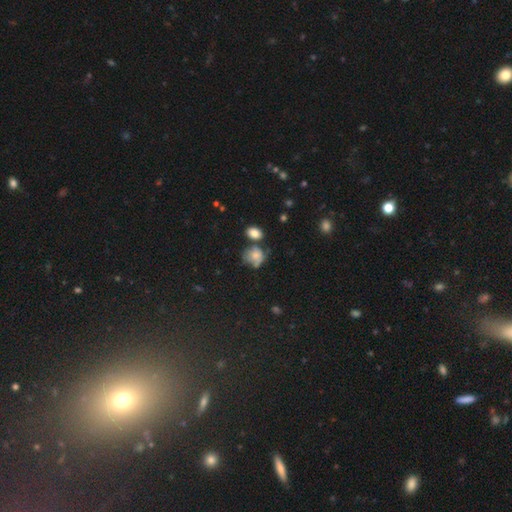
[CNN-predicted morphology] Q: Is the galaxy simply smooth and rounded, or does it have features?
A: smooth — 70%.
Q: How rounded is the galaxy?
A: round — 61%.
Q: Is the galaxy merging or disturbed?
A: none — 41%.